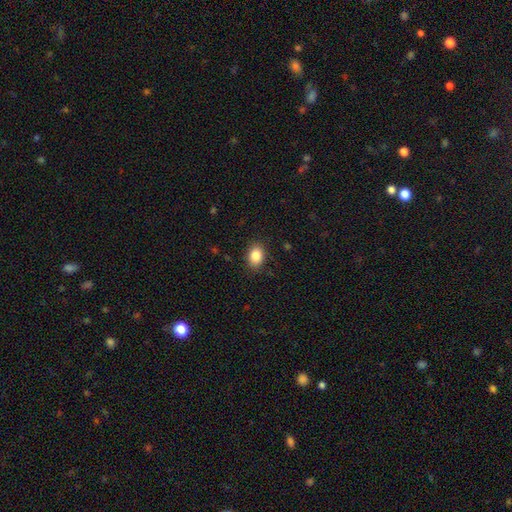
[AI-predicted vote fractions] smooth-or-featured: smooth: 86% | star or artifact: 9% | featured or disk: 5%
  how-rounded: in between: 70% | round: 29% | cigar-shaped: 1%
  merging: none: 87% | minor disturbance: 10% | major disturbance: 3% | merger: 1%